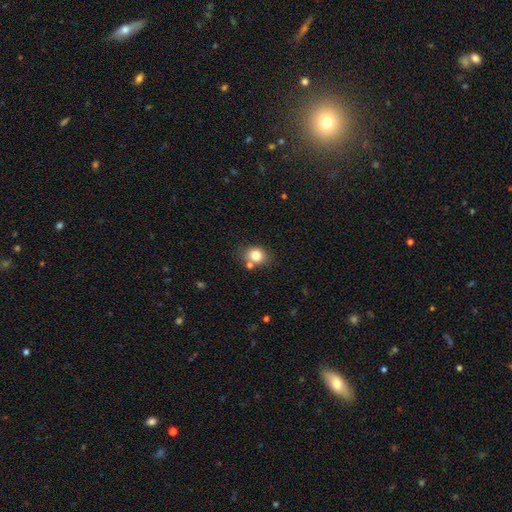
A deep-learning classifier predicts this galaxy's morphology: smooth-or-featured: smooth: 80% | star or artifact: 11% | featured or disk: 9%
  how-rounded: round: 56% | in between: 43% | cigar-shaped: 1%
  merging: none: 69% | minor disturbance: 14% | merger: 13% | major disturbance: 4%